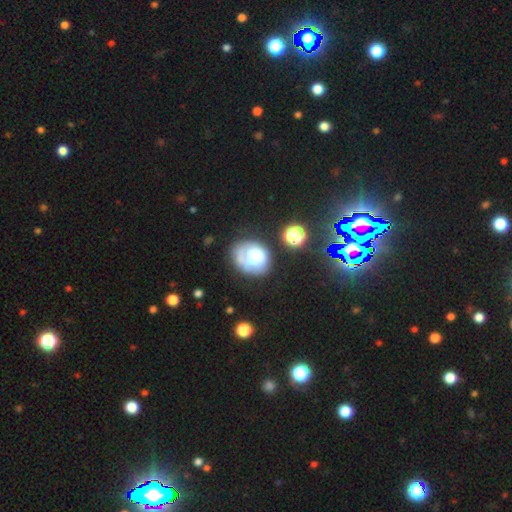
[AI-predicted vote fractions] A smooth galaxy with no disk features (53%) that is round (58%). Merging: none (46%).